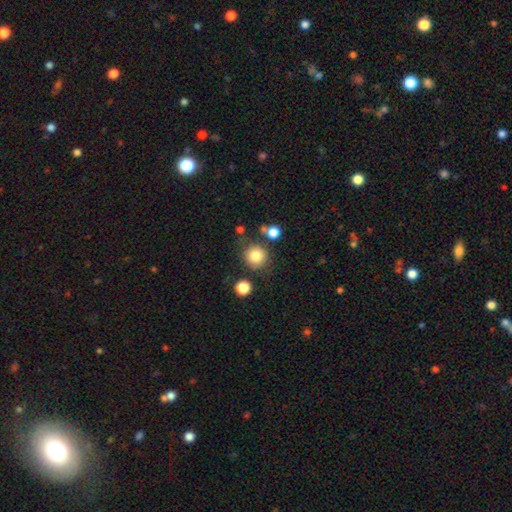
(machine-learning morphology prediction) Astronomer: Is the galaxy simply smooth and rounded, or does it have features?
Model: smooth — 84%.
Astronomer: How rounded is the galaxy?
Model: round — 90%.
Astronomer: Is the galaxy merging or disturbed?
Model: none — 78%.